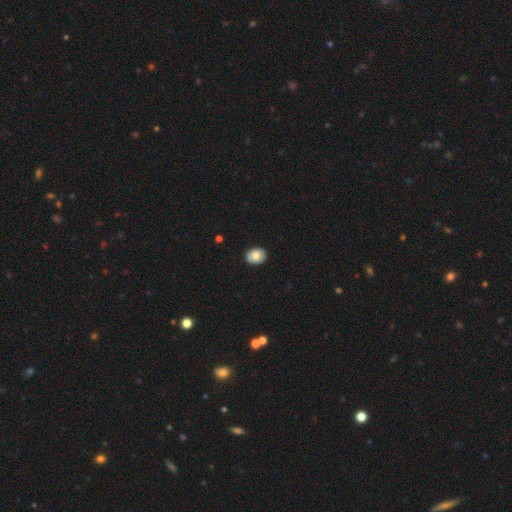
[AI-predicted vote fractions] Q: Smooth or featured?
A: smooth (72%); runner-up: featured or disk (21%)
Q: How rounded?
A: in between (59%); runner-up: round (40%)
Q: Merging?
A: none (89%); runner-up: minor disturbance (8%)